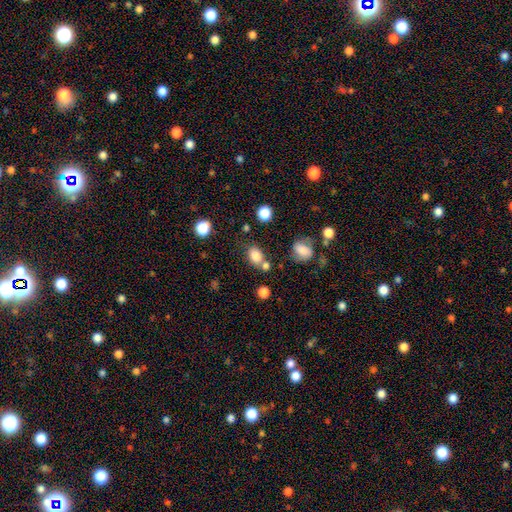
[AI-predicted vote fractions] This appears to be a smooth galaxy with no disk features (81%) that is in between round and cigar-shaped (63%). Merging: none (59%).